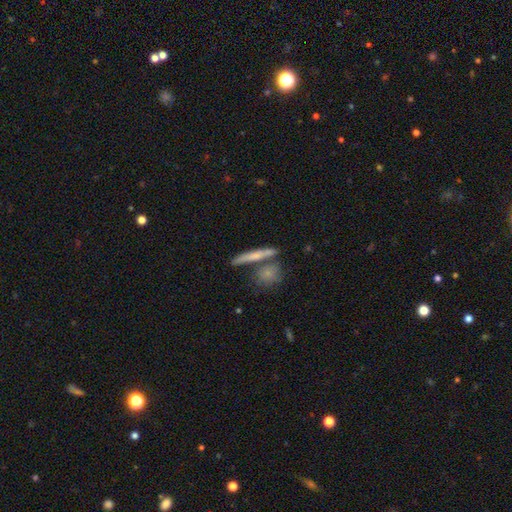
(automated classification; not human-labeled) Overall: smooth (56%; featured or disk 36%). How rounded: cigar-shaped (83%). Merging: none (65%).